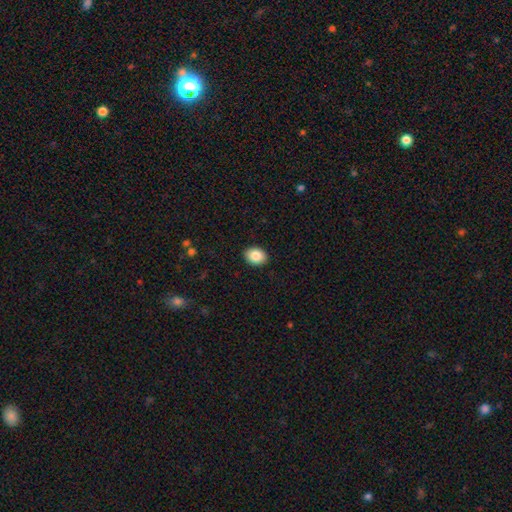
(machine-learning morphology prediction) A smooth galaxy with no disk features (87%) that is in between round and cigar-shaped (57%).

Vote fractions:
- Smooth or featured? smooth: 87% / star or artifact: 8% / featured or disk: 5%
- How rounded? in between: 57% / round: 42% / cigar-shaped: 1%
- Merging? none: 91% / minor disturbance: 7% / major disturbance: 2% / merger: 1%